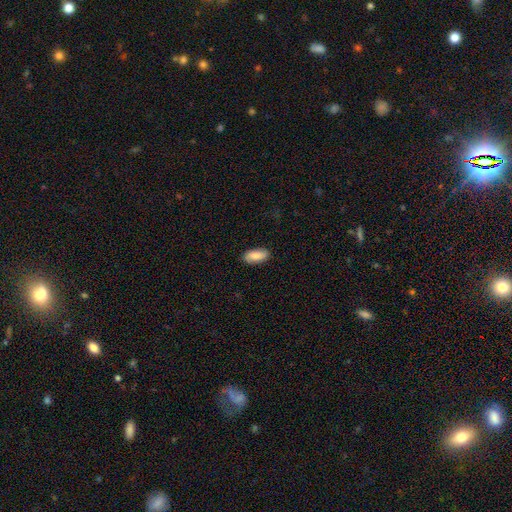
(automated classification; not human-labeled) smooth-or-featured: smooth: 83% | featured or disk: 11% | star or artifact: 6%
  how-rounded: in between: 91% | cigar-shaped: 7% | round: 2%
  merging: none: 87% | minor disturbance: 10% | major disturbance: 2% | merger: 1%